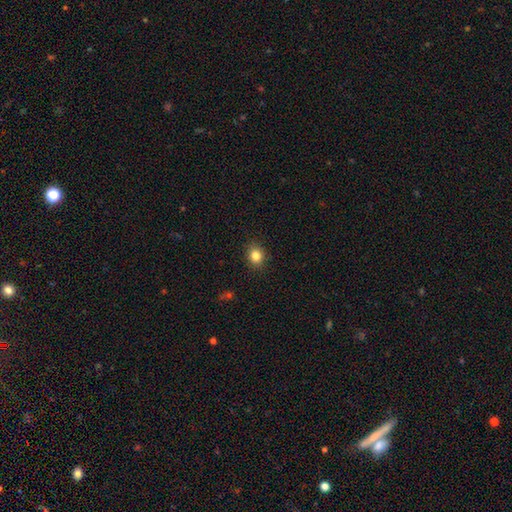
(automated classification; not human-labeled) This appears to be a smooth galaxy with no disk features (84%) that is round (69%). Merging: none (89%).